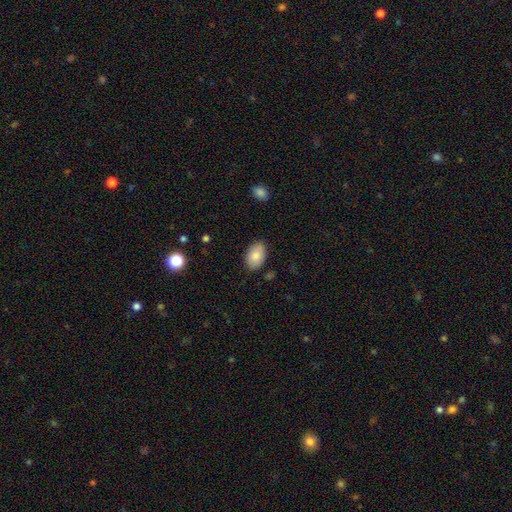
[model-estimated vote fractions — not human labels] This is clearly a smooth galaxy (84%). How rounded: clearly in between (92%). Merging: clearly none (84%).